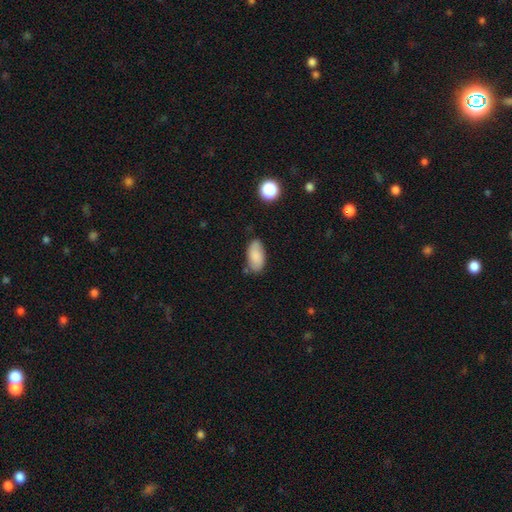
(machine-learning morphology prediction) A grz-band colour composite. It shows a smooth galaxy with no disk features (83%) that is in between round and cigar-shaped (93%). Merging: none (73%).